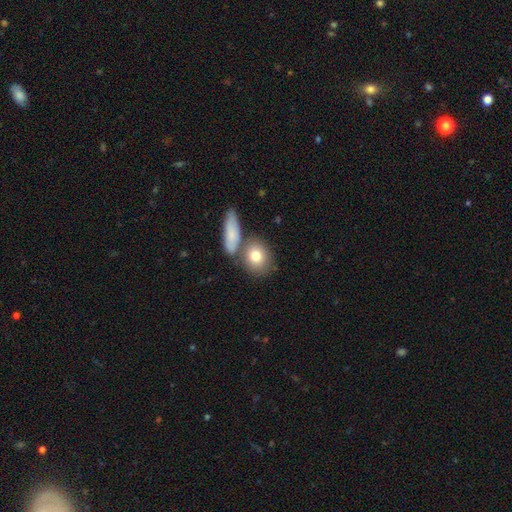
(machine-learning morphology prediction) A smooth galaxy with no disk features (78%) that is round (59%).

Vote fractions:
- Smooth or featured? smooth: 78% / featured or disk: 15% / star or artifact: 7%
- How rounded? round: 59% / in between: 38% / cigar-shaped: 4%
- Merging? none: 62% / merger: 22% / minor disturbance: 12% / major disturbance: 4%